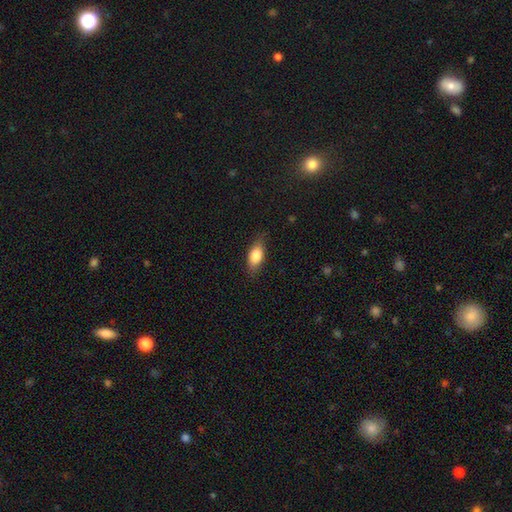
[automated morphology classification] smooth_or_featured: smooth (p=0.81) [alt: featured or disk p=0.12]
how_rounded: in between (p=0.85) [alt: cigar-shaped p=0.10]
merging: none (p=0.76) [alt: minor disturbance p=0.18]